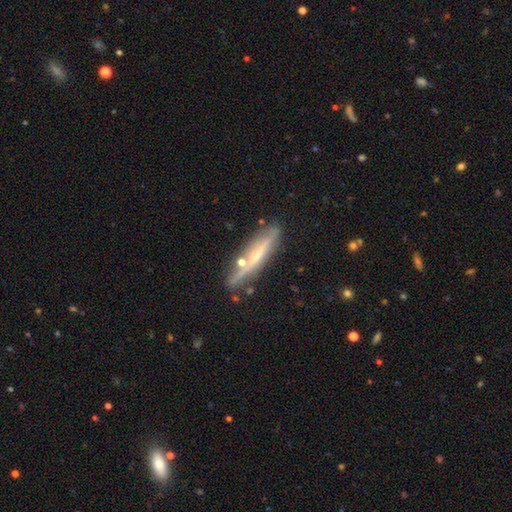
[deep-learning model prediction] A featured or disk galaxy (59%) viewed edge-on (88%) with a rounded central bulge (46%).

Vote fractions:
- Smooth or featured? featured or disk: 59% / smooth: 34% / star or artifact: 7%
- Edge-on disk? yes: 88% / no: 12%
- Edge-on bulge? rounded: 46% / none: 42% / boxy: 12%
- Merging? none: 76% / minor disturbance: 14% / merger: 6% / major disturbance: 4%